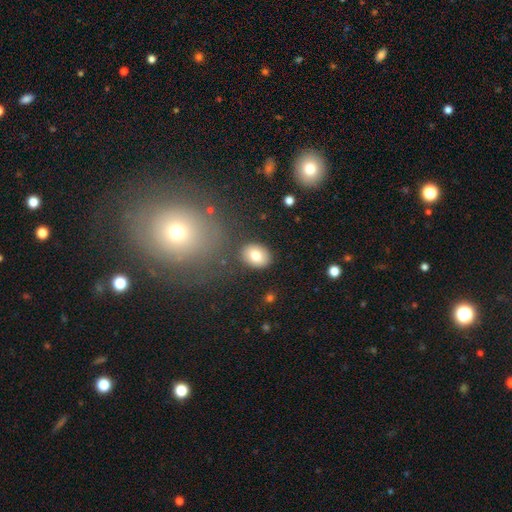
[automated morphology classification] This appears to be a smooth galaxy with no disk features (79%) that is in between round and cigar-shaped (62%). Merging: none (85%).